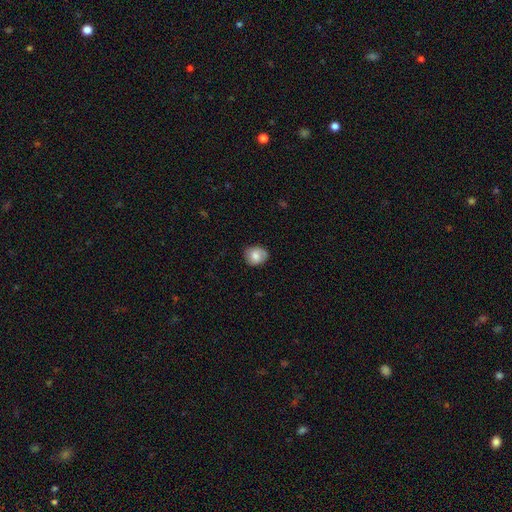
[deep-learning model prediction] smooth_or_featured: smooth (p=0.73) [alt: featured or disk p=0.19]
how_rounded: round (p=0.69) [alt: in between p=0.30]
merging: none (p=0.73) [alt: minor disturbance p=0.21]